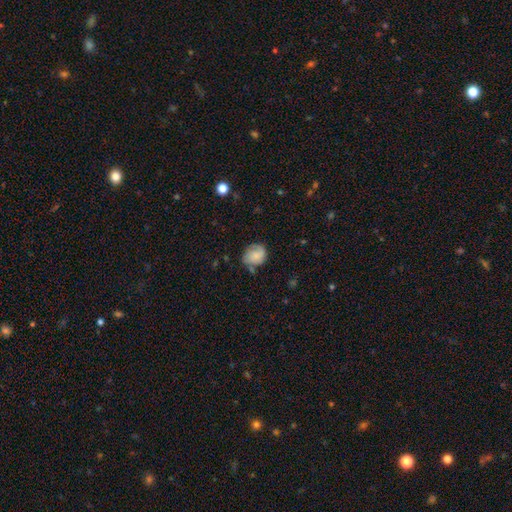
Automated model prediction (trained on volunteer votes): smooth-or-featured: smooth: 64% | featured or disk: 27% | star or artifact: 9%
  how-rounded: round: 60% | in between: 39% | cigar-shaped: 1%
  merging: none: 56% | minor disturbance: 28% | major disturbance: 10% | merger: 5%